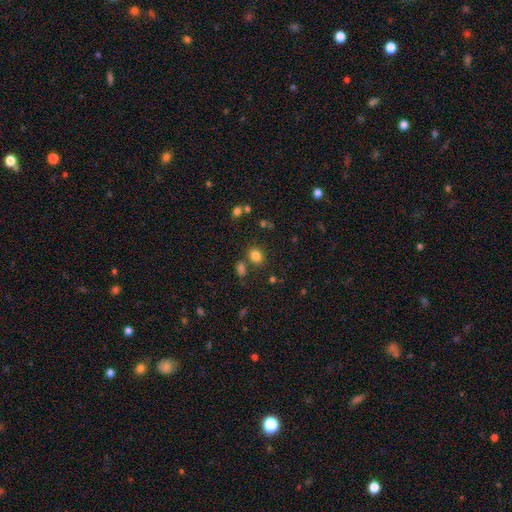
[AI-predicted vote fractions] Overall: smooth (81%). How rounded: round (56%; in between 43%). Merging: none (75%).